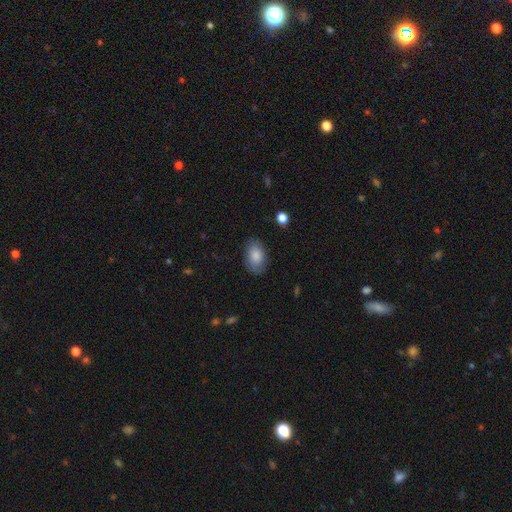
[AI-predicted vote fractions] smooth-or-featured: smooth: 80% | featured or disk: 13% | star or artifact: 7%
  how-rounded: in between: 89% | round: 10% | cigar-shaped: 1%
  merging: none: 79% | minor disturbance: 16% | major disturbance: 4% | merger: 1%